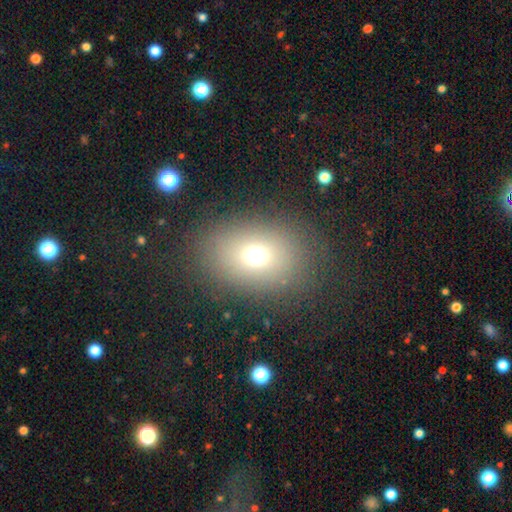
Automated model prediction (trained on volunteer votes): This appears to be a smooth galaxy with no disk features (69%) that is in between round and cigar-shaped (63%). Merging: none (82%).